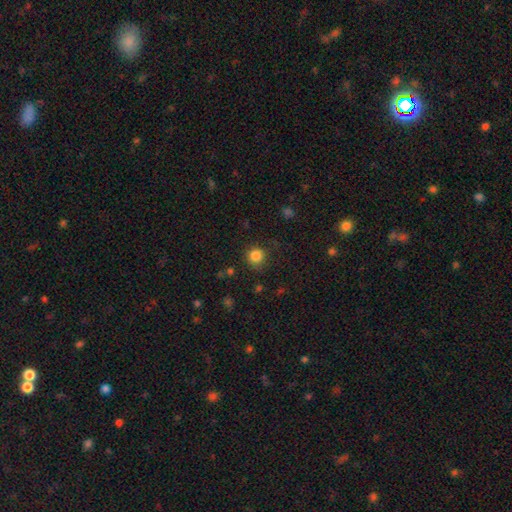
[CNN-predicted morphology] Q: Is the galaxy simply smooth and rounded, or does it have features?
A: smooth — 84%.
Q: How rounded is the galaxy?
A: round — 93%.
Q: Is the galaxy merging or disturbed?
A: none — 84%.